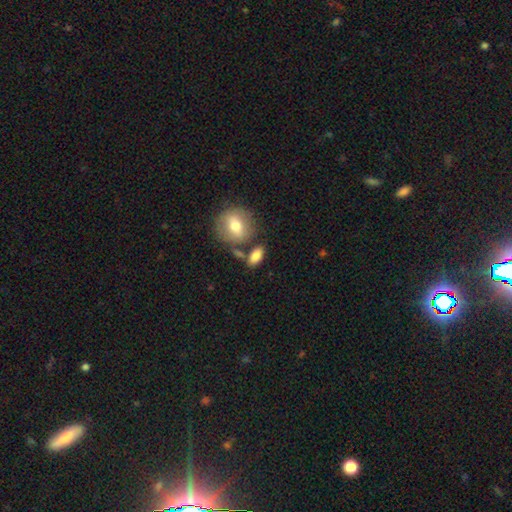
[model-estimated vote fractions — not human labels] A smooth galaxy with no disk features (82%) that is in between round and cigar-shaped (83%). Merging: none (64%).